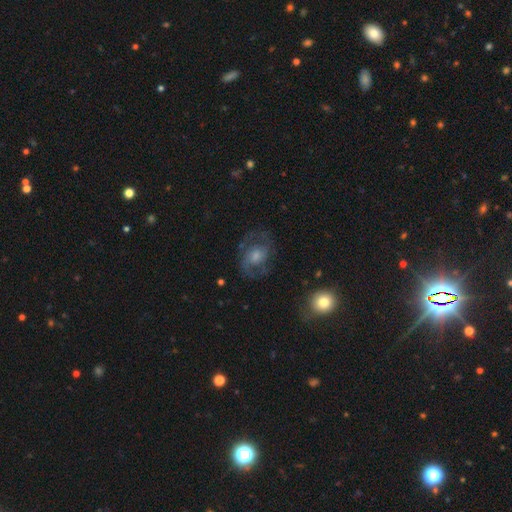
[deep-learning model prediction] Smooth or featured?
  - featured or disk: 73% *
  - smooth: 17%
  - star or artifact: 10%
Edge-on disk?
  - no: 97% *
  - yes: 3%
Bar?
  - no: 62% *
  - weak: 31%
  - strong: 6%
Spiral arms?
  - yes: 87% *
  - no: 13%
Spiral winding?
  - medium: 53% *
  - tight: 30%
  - loose: 17%
Spiral arm count?
  - 2: 76% *
  - can't tell: 13%
  - 3: 4%
  - 1: 3%
  - 4: 2%
  - more than 4: 2%
Bulge size?
  - moderate: 49% *
  - small: 29%
  - large: 14%
  - none: 6%
  - dominant: 2%
Merging?
  - none: 72% *
  - minor disturbance: 16%
  - major disturbance: 11%
  - merger: 2%